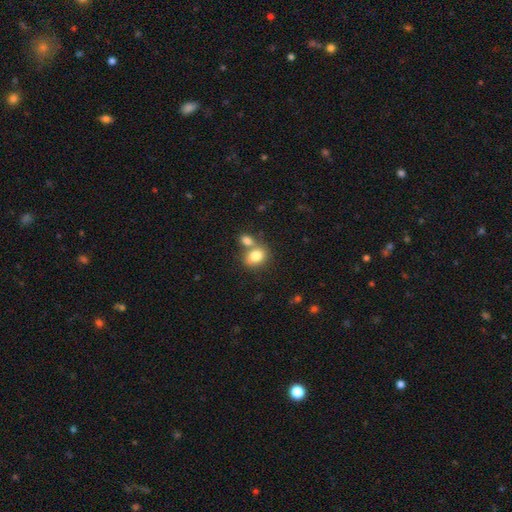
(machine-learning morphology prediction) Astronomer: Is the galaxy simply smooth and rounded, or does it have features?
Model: smooth — 81%.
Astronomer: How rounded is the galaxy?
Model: in between — 57% (runner-up: round, 42%).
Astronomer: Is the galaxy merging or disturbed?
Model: merger — 44% (runner-up: none, 41%).